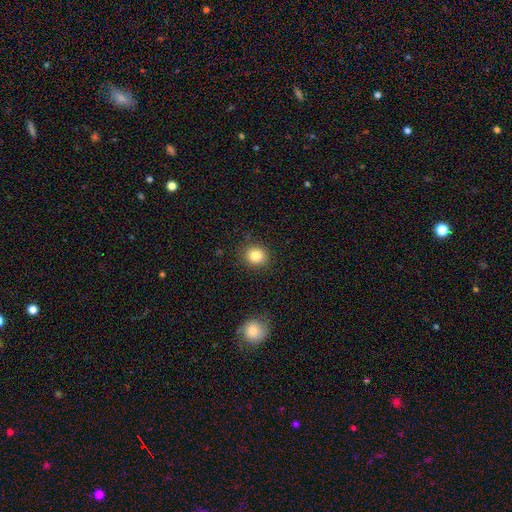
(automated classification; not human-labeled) The model was most divided on "how rounded": round: 79%, in between: 20%, cigar-shaped: 1%. More confident: merging — none (87%); smooth or featured — smooth (83%).